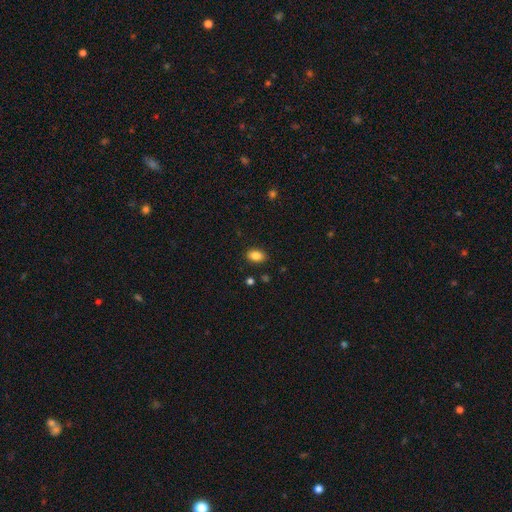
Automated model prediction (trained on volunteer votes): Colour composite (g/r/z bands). It shows a smooth galaxy with no disk features (85%) that is in between round and cigar-shaped (86%). Merging: none (87%).